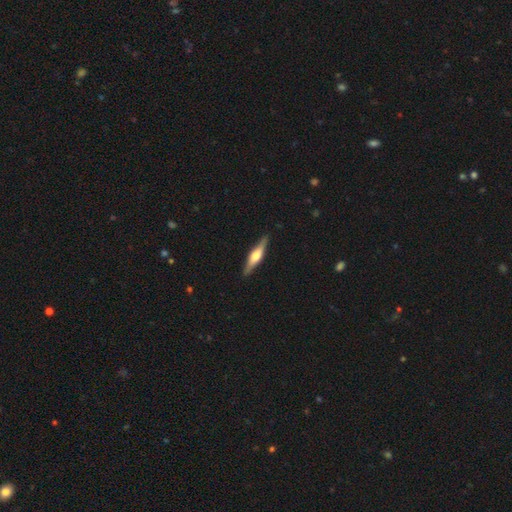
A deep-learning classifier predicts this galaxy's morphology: Overall: featured or disk (64%; smooth 31%). Edge-on disk: yes (96%). Edge-on bulge: rounded (86%). Merging: none (89%).